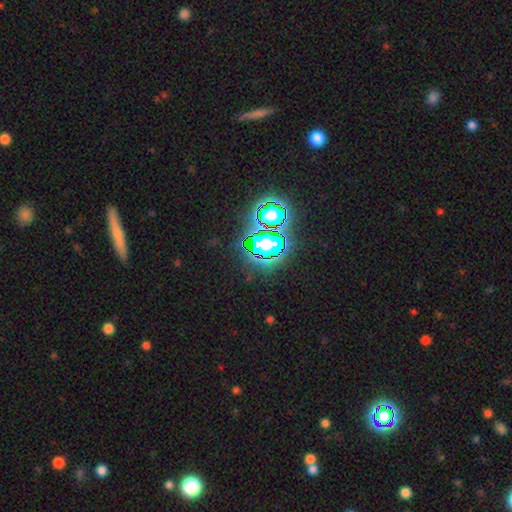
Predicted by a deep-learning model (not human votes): smooth_or_featured: star or artifact (p=0.78) [alt: smooth p=0.13]